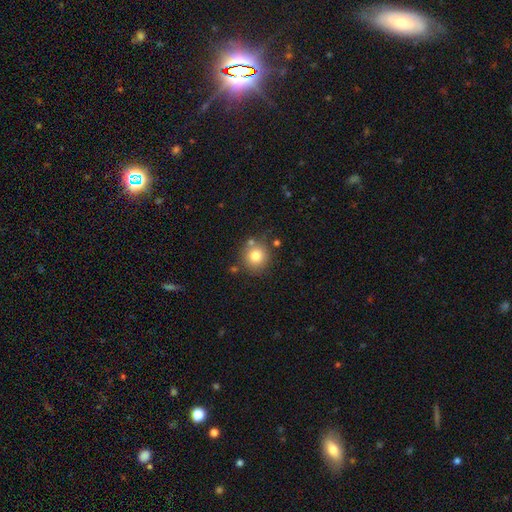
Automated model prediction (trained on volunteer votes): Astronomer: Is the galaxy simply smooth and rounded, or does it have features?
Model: smooth — 79%.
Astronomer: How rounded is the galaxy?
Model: round — 92%.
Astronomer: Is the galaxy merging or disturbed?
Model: none — 79%.